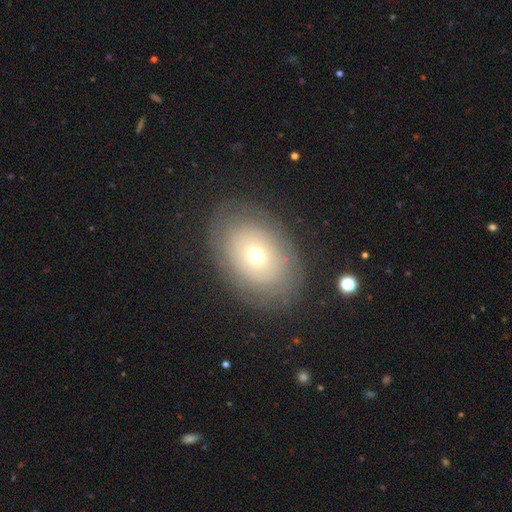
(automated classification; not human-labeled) smooth 53%, featured or disk 36%, star or artifact 11%. Down the decision tree: how rounded — in between (75%); merging — none (80%).